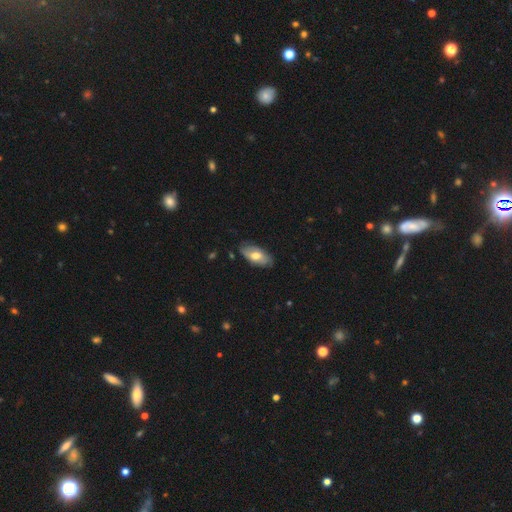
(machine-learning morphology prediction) Smooth or featured?
  - smooth: 59% *
  - featured or disk: 35%
  - star or artifact: 6%
How rounded?
  - in between: 90% *
  - cigar-shaped: 7%
  - round: 3%
Merging?
  - none: 79% *
  - minor disturbance: 17%
  - major disturbance: 3%
  - merger: 1%